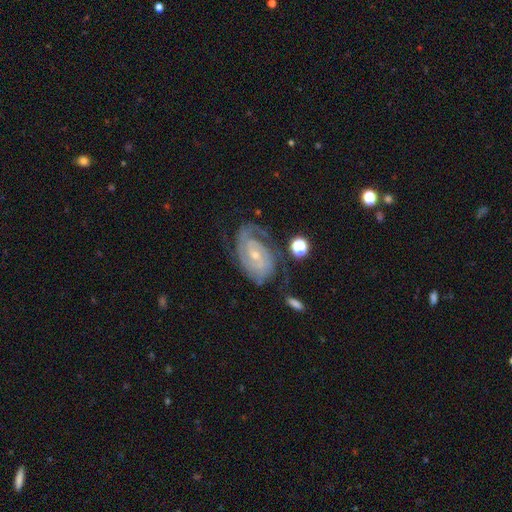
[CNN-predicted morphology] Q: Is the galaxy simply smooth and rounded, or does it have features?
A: featured or disk — 88%.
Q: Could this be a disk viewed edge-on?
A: no — 97%.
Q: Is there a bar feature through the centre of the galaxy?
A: no — 45%.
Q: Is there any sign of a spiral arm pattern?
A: yes — 97%.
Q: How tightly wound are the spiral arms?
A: tight — 67%.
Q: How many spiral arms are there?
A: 2 — 56%.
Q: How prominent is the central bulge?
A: small — 66%.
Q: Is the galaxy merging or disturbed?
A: none — 64%.